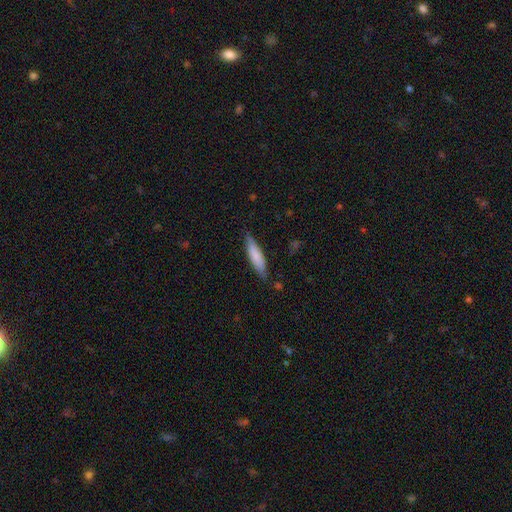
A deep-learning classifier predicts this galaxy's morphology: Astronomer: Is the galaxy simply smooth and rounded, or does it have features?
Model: smooth — 77%.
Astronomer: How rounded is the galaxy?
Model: cigar-shaped — 72%.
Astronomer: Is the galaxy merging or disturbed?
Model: none — 80%.